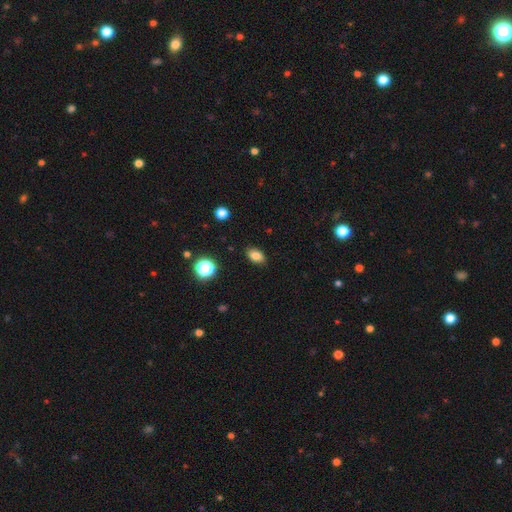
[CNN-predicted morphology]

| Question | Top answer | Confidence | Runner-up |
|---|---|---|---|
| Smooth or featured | smooth | 82% | star or artifact (11%) |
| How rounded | in between | 85% | round (13%) |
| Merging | none | 88% | minor disturbance (9%) |